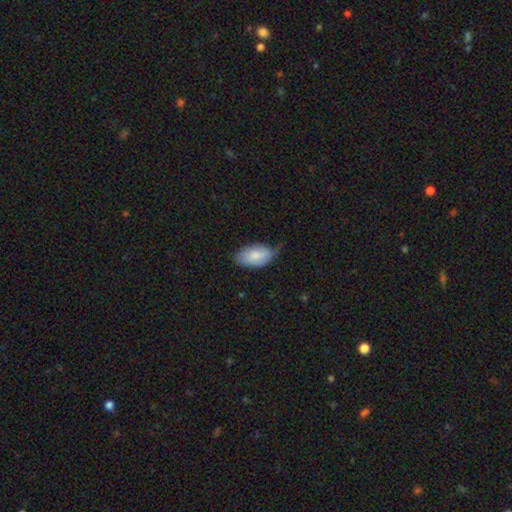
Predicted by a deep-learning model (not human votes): smooth-or-featured: smooth: 80% | featured or disk: 15% | star or artifact: 6%
  how-rounded: in between: 95% | round: 3% | cigar-shaped: 2%
  merging: none: 48% | minor disturbance: 42% | major disturbance: 8% | merger: 2%